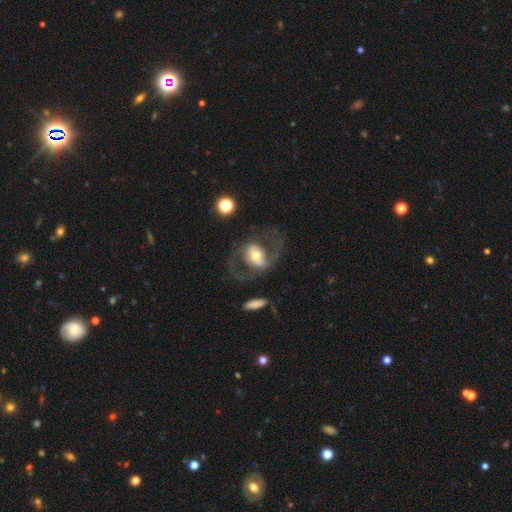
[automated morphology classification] Q: Smooth or featured?
A: featured or disk (75%); runner-up: smooth (18%)
Q: Edge-on disk?
A: no (95%); runner-up: yes (5%)
Q: Bar?
A: no (40%); runner-up: weak (32%)
Q: Spiral arms?
A: yes (75%); runner-up: no (25%)
Q: Spiral winding?
A: medium (51%); runner-up: loose (35%)
Q: Spiral arm count?
A: 2 (88%); runner-up: can't tell (6%)
Q: Bulge size?
A: moderate (67%); runner-up: large (18%)
Q: Merging?
A: none (66%); runner-up: major disturbance (17%)